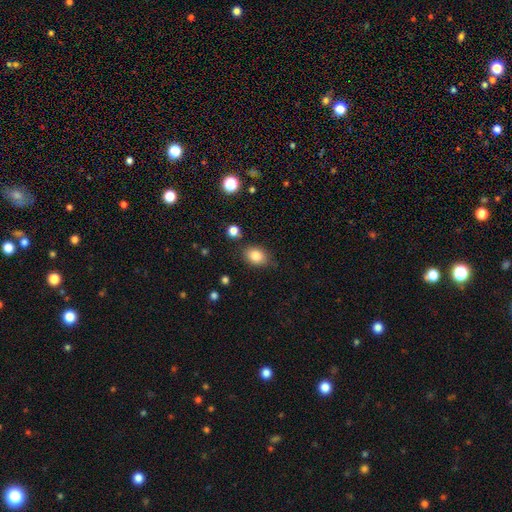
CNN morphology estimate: A smooth galaxy with no disk features (83%) that is in between round and cigar-shaped (73%).

Vote fractions:
- Smooth or featured? smooth: 83% / star or artifact: 9% / featured or disk: 7%
- How rounded? in between: 73% / round: 26% / cigar-shaped: 1%
- Merging? none: 77% / minor disturbance: 16% / major disturbance: 4% / merger: 3%